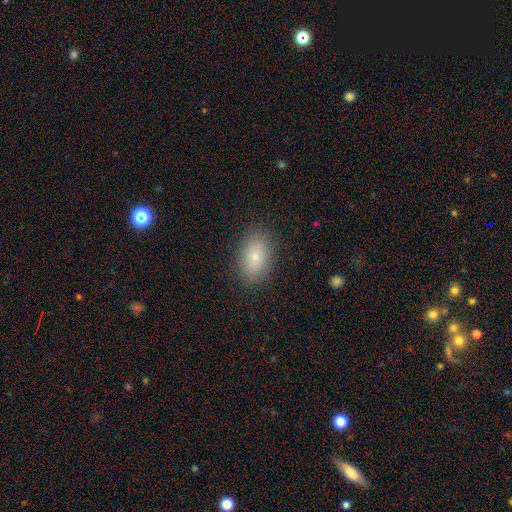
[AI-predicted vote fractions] Smooth or featured? smooth (83%)
How rounded? in between (90%)
Merging? none (87%)